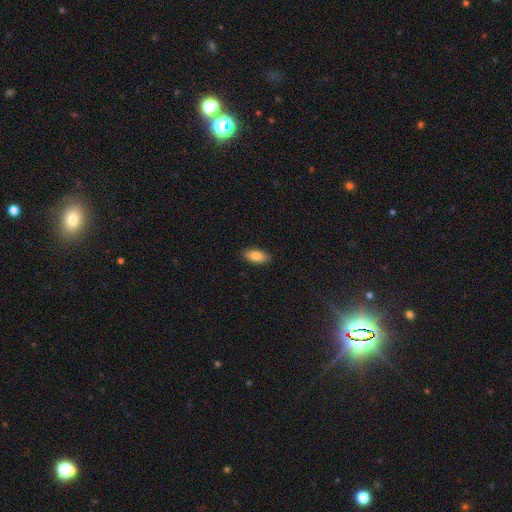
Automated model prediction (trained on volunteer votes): Q: Smooth or featured?
A: smooth (83%); runner-up: featured or disk (10%)
Q: How rounded?
A: in between (87%); runner-up: cigar-shaped (10%)
Q: Merging?
A: none (89%); runner-up: minor disturbance (8%)